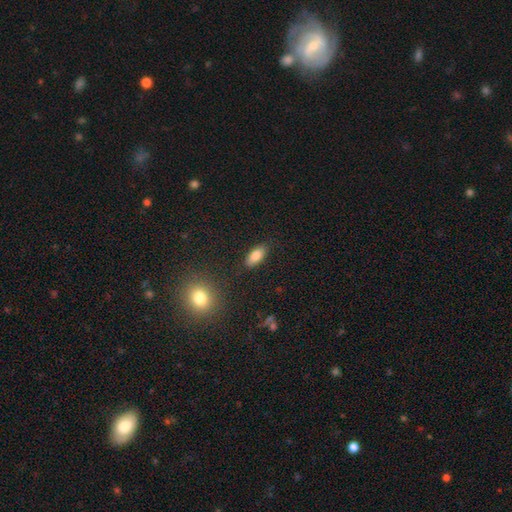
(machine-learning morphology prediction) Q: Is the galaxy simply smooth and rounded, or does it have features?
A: smooth — 82%.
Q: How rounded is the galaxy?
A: in between — 87%.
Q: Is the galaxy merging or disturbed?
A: none — 86%.